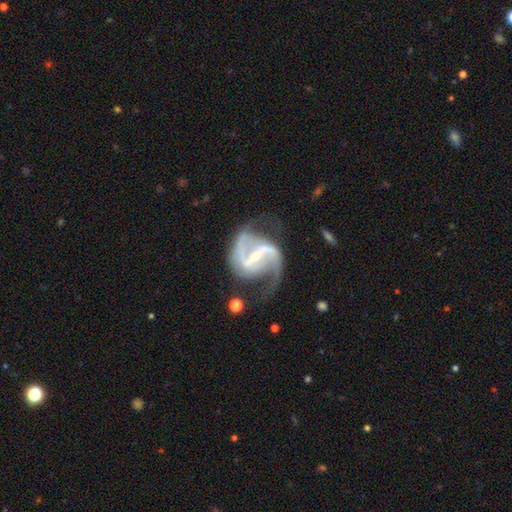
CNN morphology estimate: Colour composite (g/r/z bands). It shows a featured or disk galaxy (91%) with a strong bar (65%), 2 (91%) medium (46%) spiral arms (97%) and a small central bulge (70%). Merging: none (61%).